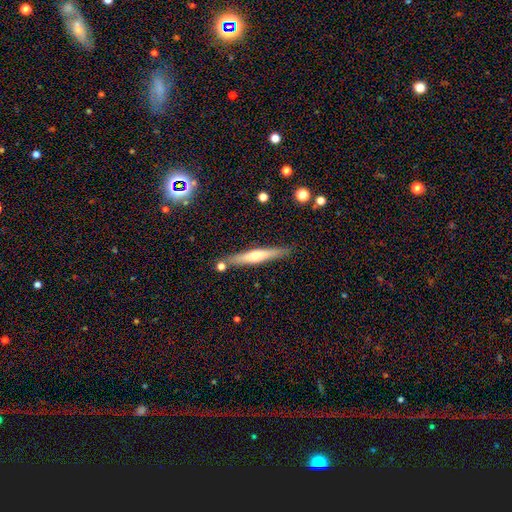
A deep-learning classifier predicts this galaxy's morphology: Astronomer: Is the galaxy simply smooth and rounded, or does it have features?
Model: featured or disk — 55% (runner-up: smooth, 39%).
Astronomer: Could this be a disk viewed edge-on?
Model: yes — 95%.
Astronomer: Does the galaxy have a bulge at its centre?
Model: rounded — 82%.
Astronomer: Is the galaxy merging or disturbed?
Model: none — 84%.